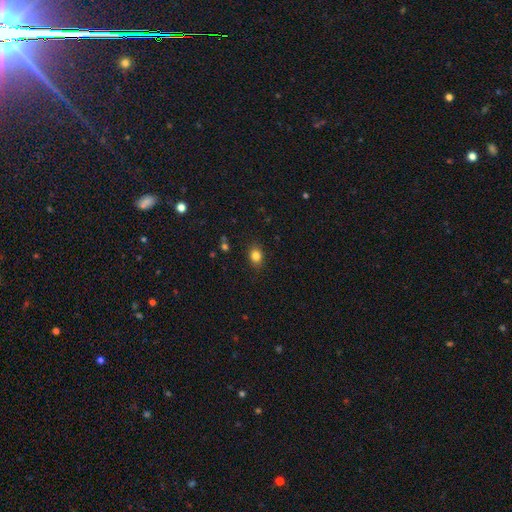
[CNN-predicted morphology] Smooth or featured?
  - smooth: 83% *
  - star or artifact: 11%
  - featured or disk: 6%
How rounded?
  - in between: 51% *
  - round: 48%
  - cigar-shaped: 1%
Merging?
  - none: 86% *
  - minor disturbance: 10%
  - major disturbance: 2%
  - merger: 1%